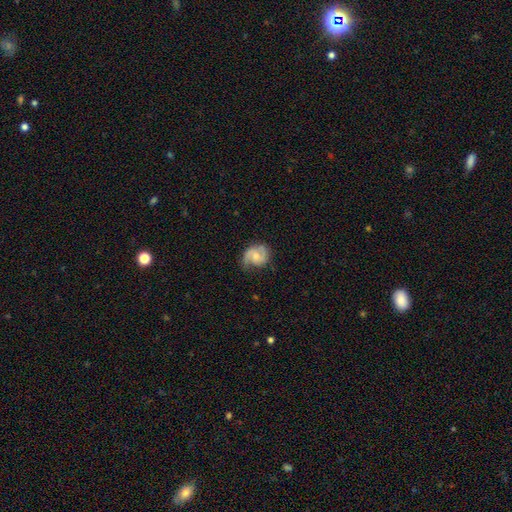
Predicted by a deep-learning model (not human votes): This appears to be a featured or disk galaxy (72%) with no bar (55%), 2 (81%) medium (48%) spiral arms (93%) and a moderate central bulge (48%). Merging: none (65%).